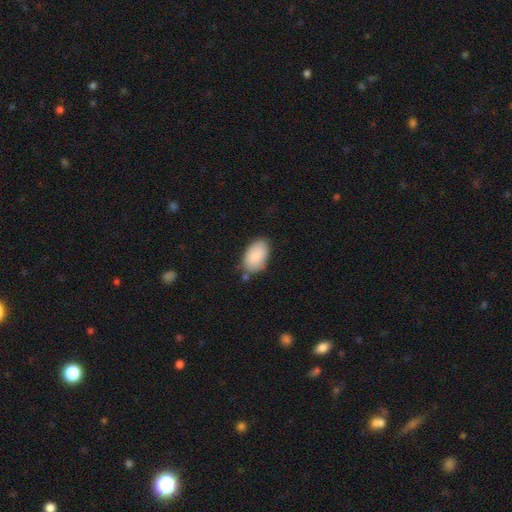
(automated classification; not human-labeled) Smooth or featured: smooth — 87% (featured or disk — 7%)
How rounded: in between — 94% (round — 5%)
Merging: none — 72% (minor disturbance — 19%)